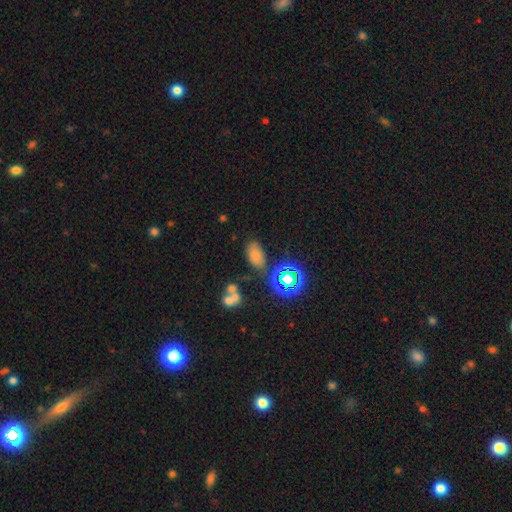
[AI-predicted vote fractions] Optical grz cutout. It shows a smooth galaxy with no disk features (66%) that is in between round and cigar-shaped (91%). Merging: none (67%).